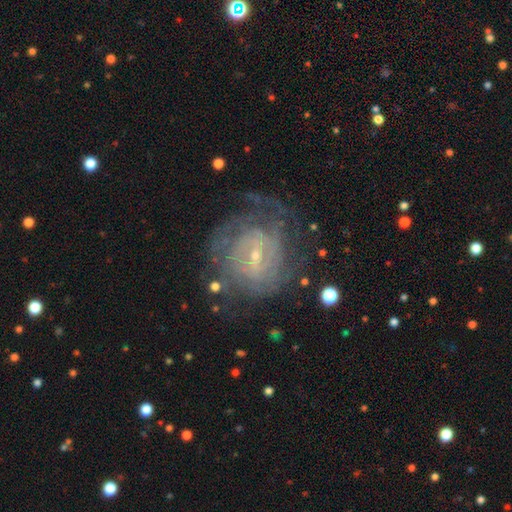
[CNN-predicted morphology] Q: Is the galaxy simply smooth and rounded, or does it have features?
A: featured or disk — 81%.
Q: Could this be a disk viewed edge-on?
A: no — 97%.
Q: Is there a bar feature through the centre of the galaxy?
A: weak — 56%.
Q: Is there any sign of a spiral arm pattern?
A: yes — 87%.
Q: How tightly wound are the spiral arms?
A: tight — 66%.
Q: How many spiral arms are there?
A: can't tell — 50%.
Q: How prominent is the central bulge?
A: small — 80%.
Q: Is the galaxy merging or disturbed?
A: none — 67%.